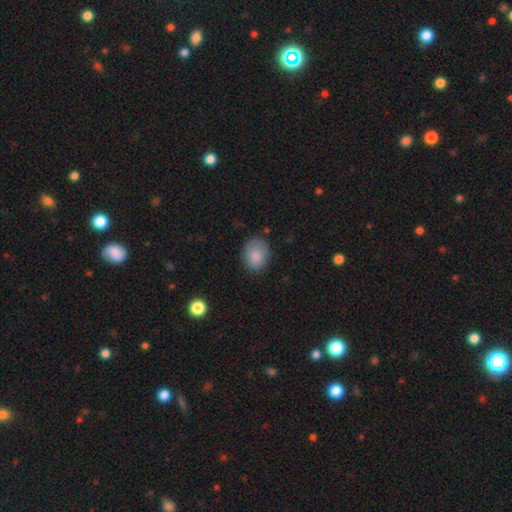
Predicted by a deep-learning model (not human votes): A smooth galaxy with no disk features (86%) that is in between round and cigar-shaped (53%). Merging: none (75%).